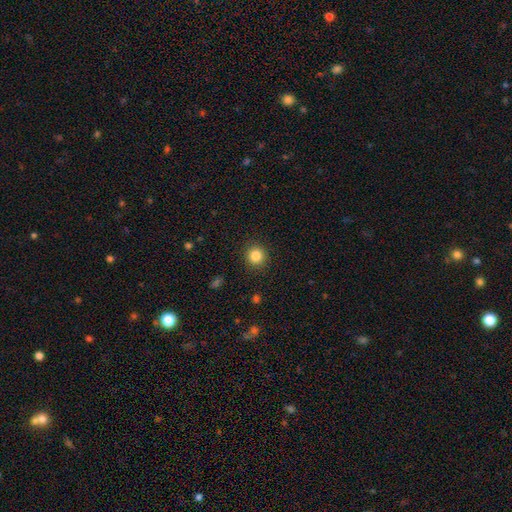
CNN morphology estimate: A smooth galaxy with no disk features (85%) that is round (92%).

Vote fractions:
- Smooth or featured? smooth: 85% / star or artifact: 11% / featured or disk: 5%
- How rounded? round: 92% / in between: 7% / cigar-shaped: 1%
- Merging? none: 91% / minor disturbance: 6% / major disturbance: 2% / merger: 1%